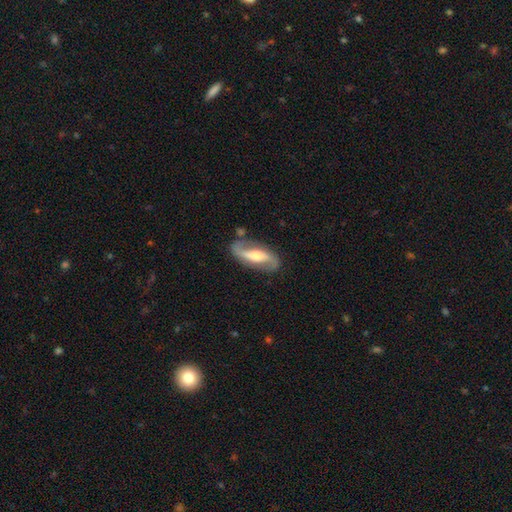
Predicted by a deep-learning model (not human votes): Smooth or featured?
  - featured or disk: 82% *
  - smooth: 13%
  - star or artifact: 5%
Edge-on disk?
  - no: 92% *
  - yes: 8%
Bar?
  - strong: 43% *
  - weak: 34%
  - no: 23%
Spiral arms?
  - yes: 94% *
  - no: 6%
Spiral winding?
  - loose: 48% *
  - medium: 38%
  - tight: 14%
Spiral arm count?
  - 2: 91% *
  - can't tell: 3%
  - 1: 3%
  - 3: 1%
  - 4: 1%
  - more than 4: 1%
Bulge size?
  - moderate: 58% *
  - small: 29%
  - large: 9%
  - none: 3%
  - dominant: 2%
Merging?
  - none: 77% *
  - minor disturbance: 14%
  - major disturbance: 5%
  - merger: 4%